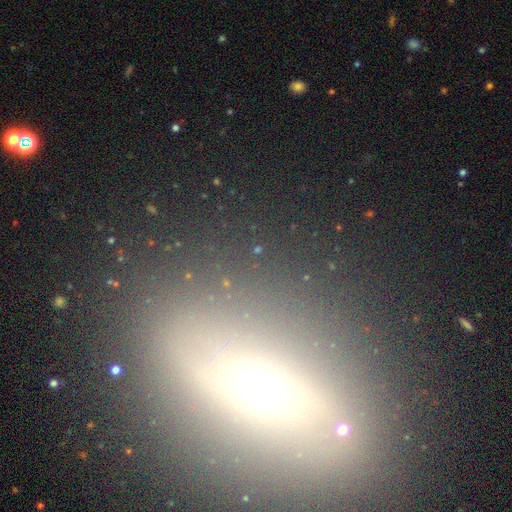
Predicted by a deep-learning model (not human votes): This is marginally a smooth galaxy (41%). Merging: clearly none (81%).